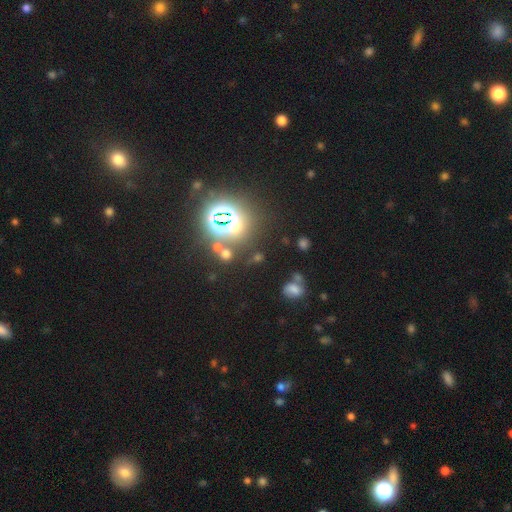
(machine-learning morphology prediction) This appears to be a star or artifact, not a galaxy (67%).